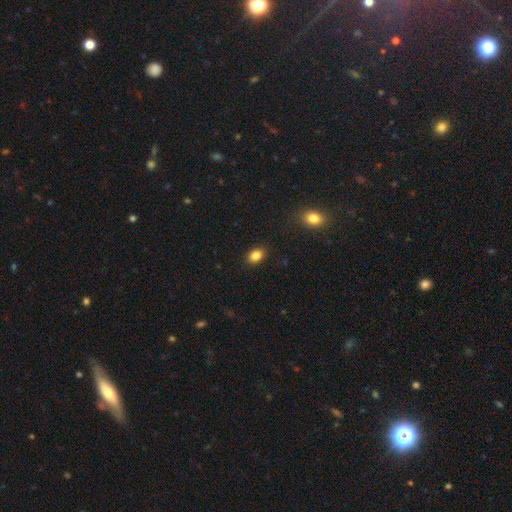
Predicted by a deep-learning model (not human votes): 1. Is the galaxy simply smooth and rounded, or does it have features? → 85% smooth, 10% star or artifact, 5% featured or disk.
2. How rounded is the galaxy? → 76% in between, 23% round, 1% cigar-shaped.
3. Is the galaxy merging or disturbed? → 88% none, 8% minor disturbance, 2% major disturbance, 1% merger.